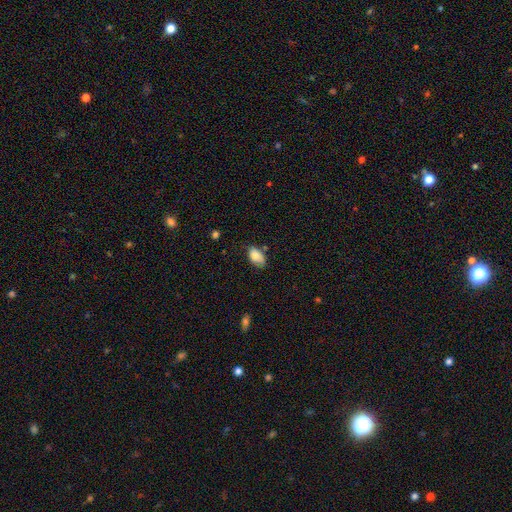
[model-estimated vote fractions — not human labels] smooth_or_featured: smooth (p=0.82) [alt: featured or disk p=0.10]
how_rounded: in between (p=0.93) [alt: round p=0.06]
merging: none (p=0.62) [alt: minor disturbance p=0.29]